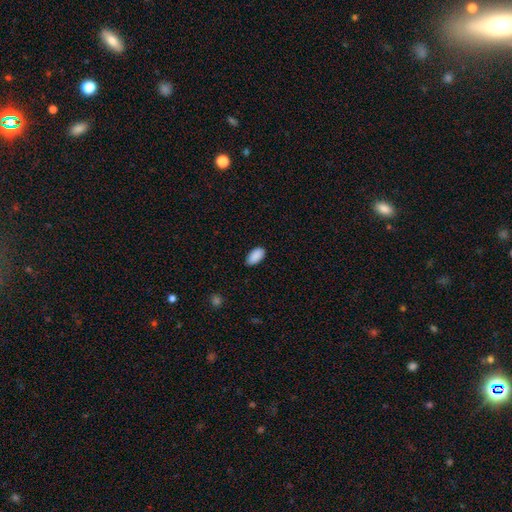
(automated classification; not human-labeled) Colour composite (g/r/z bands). It shows a smooth galaxy with no disk features (90%) that is in between round and cigar-shaped (95%). Merging: none (83%).